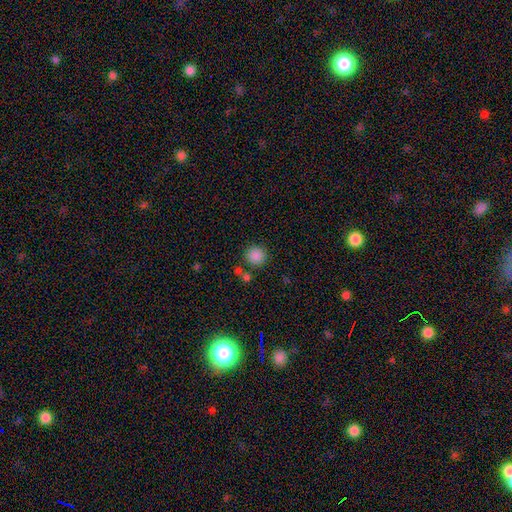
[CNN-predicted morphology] smooth_or_featured: smooth (p=0.87) [alt: star or artifact p=0.10]
how_rounded: round (p=0.93) [alt: in between p=0.06]
merging: none (p=0.80) [alt: minor disturbance p=0.09]